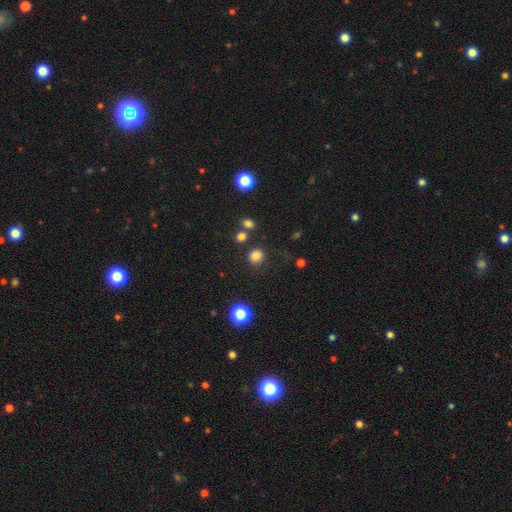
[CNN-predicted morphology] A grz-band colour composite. It shows a smooth galaxy with no disk features (81%) that is round (85%). Merging: none (80%).